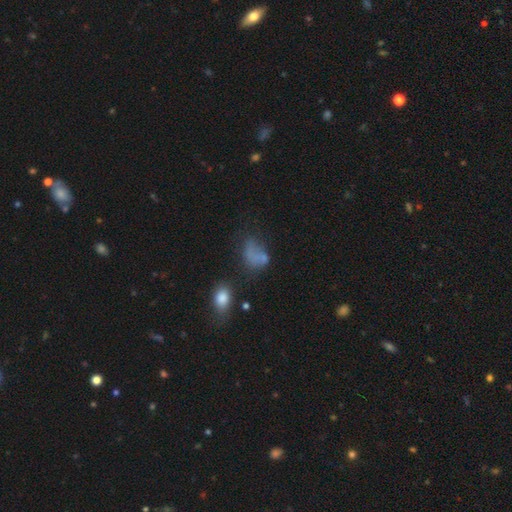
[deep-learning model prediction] The model was most divided on "merging": none: 31%, major disturbance: 29%, minor disturbance: 22%, merger: 17%. More confident: how rounded — in between (72%); smooth or featured — smooth (60%).